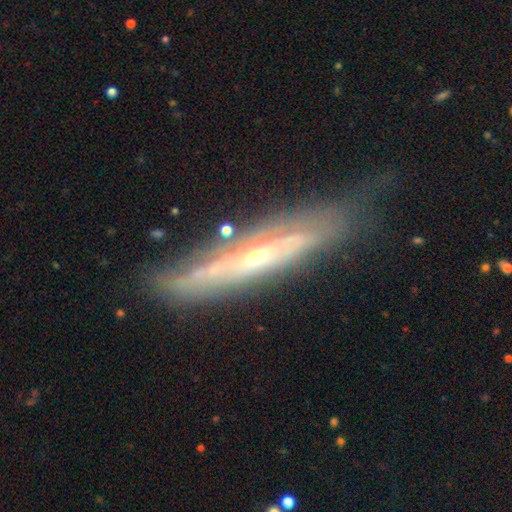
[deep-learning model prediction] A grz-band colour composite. It shows a featured or disk galaxy (76%) viewed edge-on (68%) with a rounded central bulge (65%). Merging: none (67%).